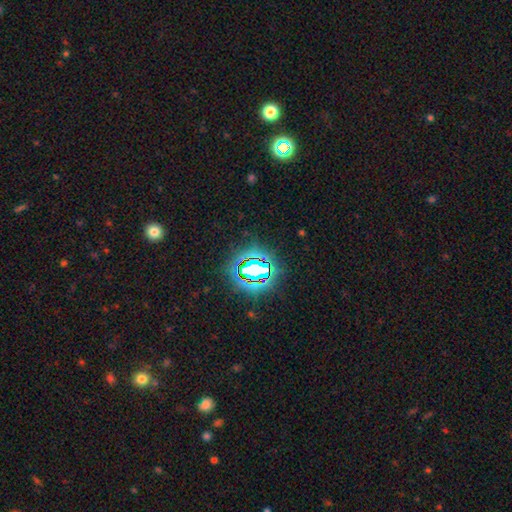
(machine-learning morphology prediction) This appears to be a star or artifact, not a galaxy (74%).